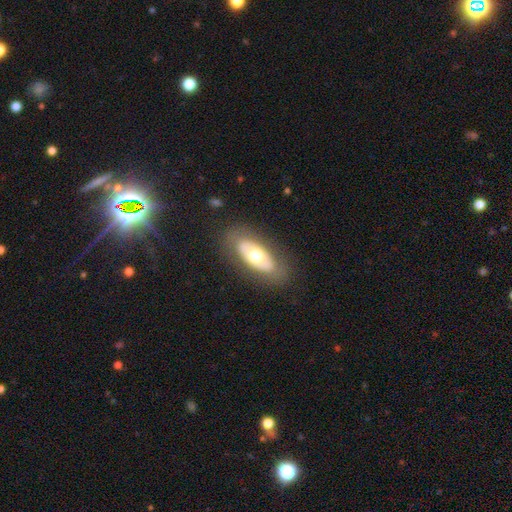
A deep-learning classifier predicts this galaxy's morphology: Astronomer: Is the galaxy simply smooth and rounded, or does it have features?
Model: smooth — 49% (runner-up: featured or disk, 45%).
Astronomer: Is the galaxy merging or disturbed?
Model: none — 80%.